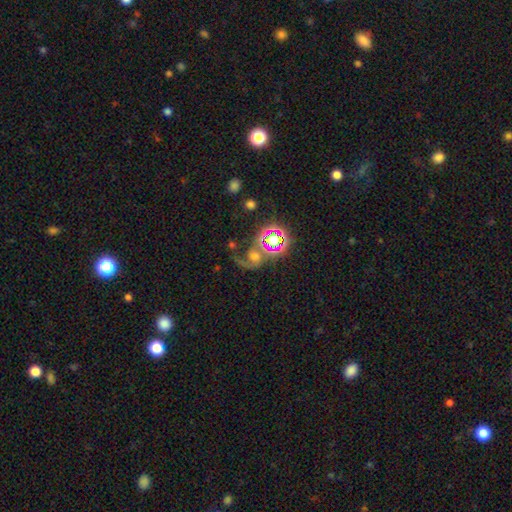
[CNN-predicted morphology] A star or artifact, not a galaxy (49%).

Vote fractions:
- Smooth or featured? star or artifact: 49% / featured or disk: 33% / smooth: 18%